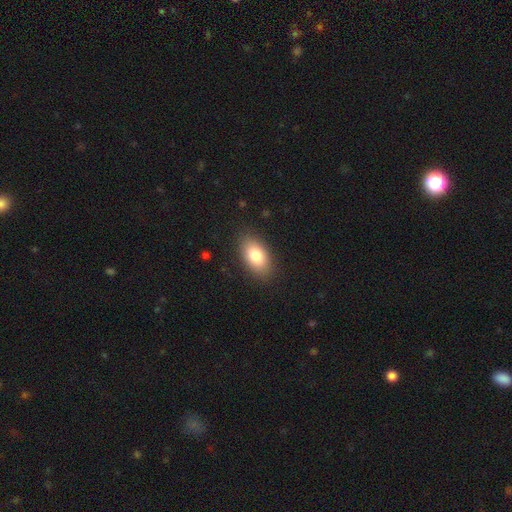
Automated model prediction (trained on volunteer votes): Morphology: type=smooth (82%); roundness=in between (92%); merging=none (87%).